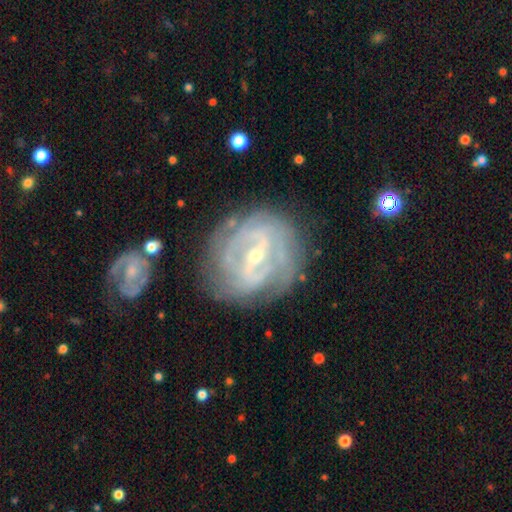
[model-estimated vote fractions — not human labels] A featured or disk galaxy (84%) with a strong bar (46%), tight (61%) spiral arms (79%) and a small central bulge (62%).

Vote fractions:
- Smooth or featured? featured or disk: 84% / smooth: 11% / star or artifact: 6%
- Edge-on disk? no: 96% / yes: 4%
- Bar? strong: 46% / weak: 39% / no: 16%
- Spiral arms? yes: 79% / no: 21%
- Spiral winding? tight: 61% / medium: 29% / loose: 10%
- Spiral arm count? can't tell: 41% / 2: 33% / 3: 12% / 4: 6% / 1: 4% / more than 4: 4%
- Bulge size? small: 62% / moderate: 35% / large: 1% / none: 1% / dominant: 1%
- Merging? none: 72% / minor disturbance: 17% / major disturbance: 8% / merger: 3%